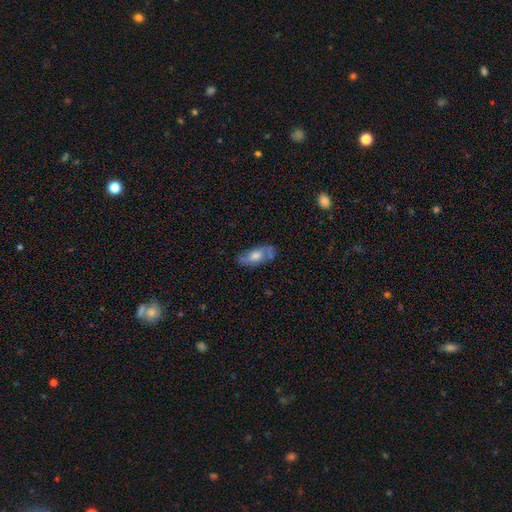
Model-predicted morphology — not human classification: Smooth or featured? Predicted: featured or disk (p=0.58). Edge-on disk? Predicted: no (p=0.83). Merging? Predicted: none (p=0.72).